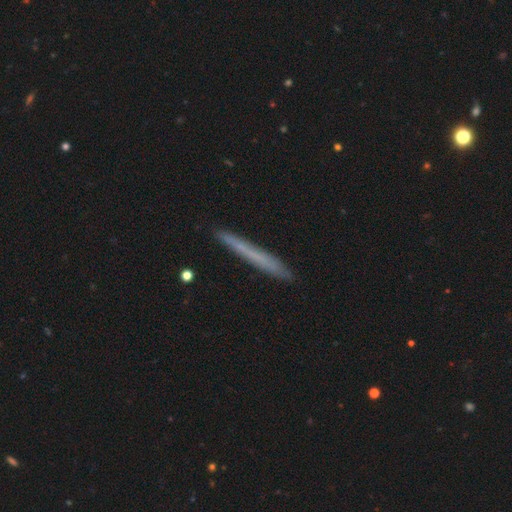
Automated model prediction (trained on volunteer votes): This is possibly a smooth galaxy (55%). How rounded: clearly cigar-shaped (97%). Merging: clearly none (89%).